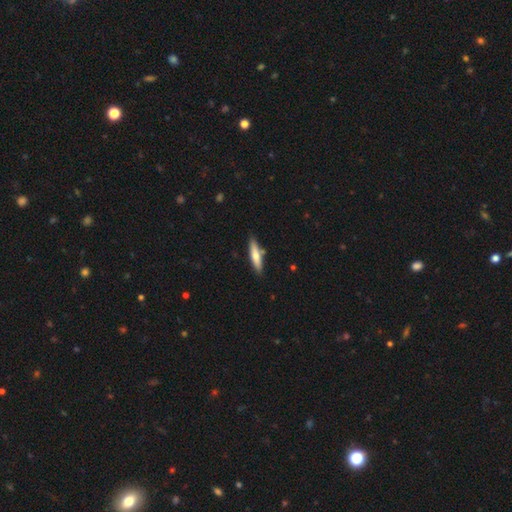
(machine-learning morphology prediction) Smooth or featured? Predicted: smooth (p=0.62). How rounded? Predicted: cigar-shaped (p=0.79). Merging? Predicted: none (p=0.82).